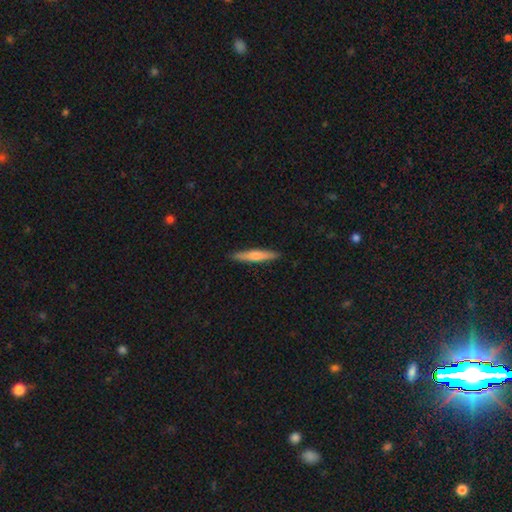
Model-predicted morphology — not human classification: smooth-or-featured: smooth: 64% | featured or disk: 31% | star or artifact: 5%
  how-rounded: cigar-shaped: 91% | in between: 7% | round: 1%
  merging: none: 90% | minor disturbance: 7% | major disturbance: 1% | merger: 1%